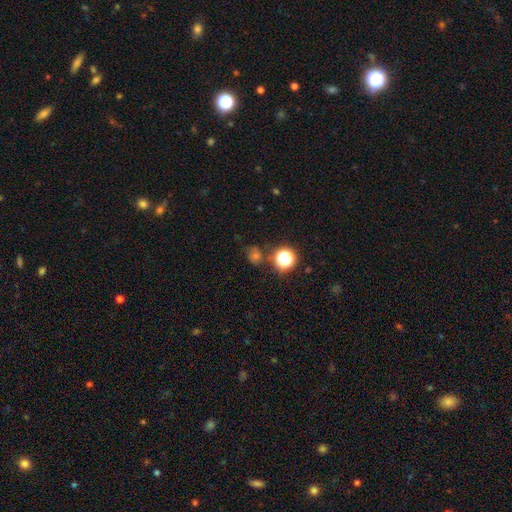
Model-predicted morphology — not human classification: A smooth galaxy with no disk features (45%). Merging: none (69%).